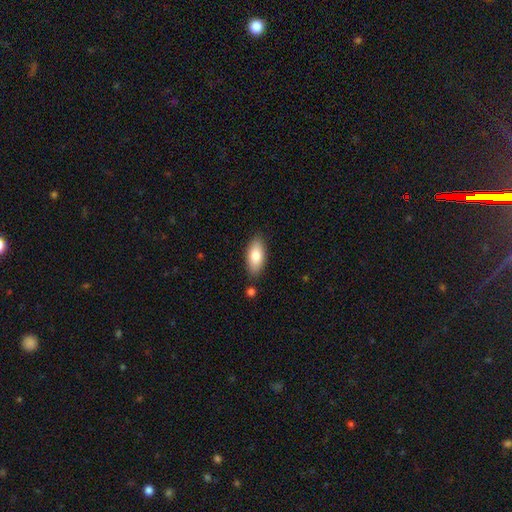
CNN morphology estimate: Smooth or featured? Predicted: smooth (p=0.80). How rounded? Predicted: in between (p=0.87). Merging? Predicted: none (p=0.84).